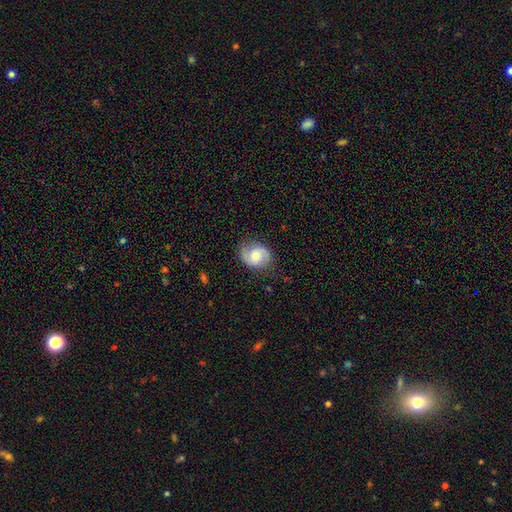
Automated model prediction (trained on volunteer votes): A featured or disk galaxy (48%). Merging: none (74%).